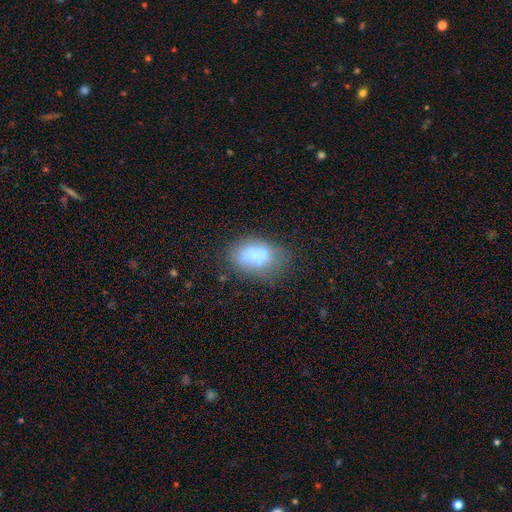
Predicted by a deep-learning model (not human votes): Overall: smooth (70%). How rounded: in between (86%). Merging: none (48%; minor disturbance 25%).